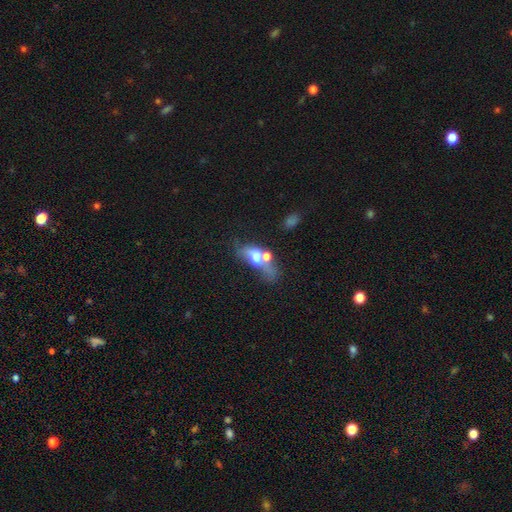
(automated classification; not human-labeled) Overall: smooth (50%; featured or disk 37%). How rounded: in between (71%). Merging: merger (51%; major disturbance 20%).